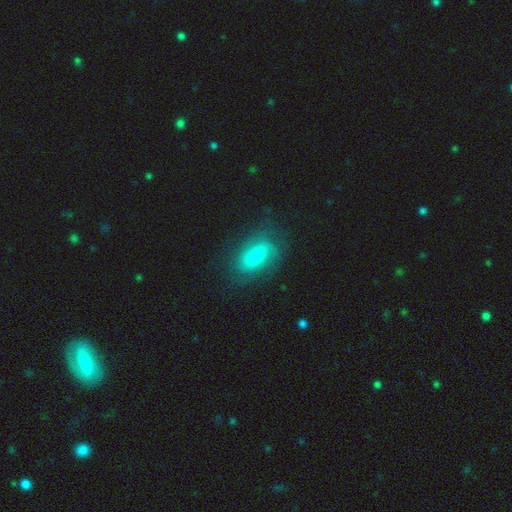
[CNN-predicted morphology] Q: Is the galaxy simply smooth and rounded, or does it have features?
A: smooth — 57%.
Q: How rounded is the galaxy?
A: in between — 84%.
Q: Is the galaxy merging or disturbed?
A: none — 77%.